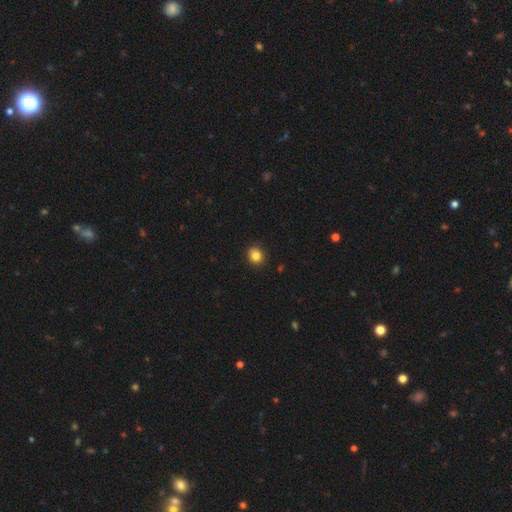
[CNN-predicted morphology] Smooth or featured? Predicted: smooth (p=0.84). How rounded? Predicted: round (p=0.77). Merging? Predicted: none (p=0.87).